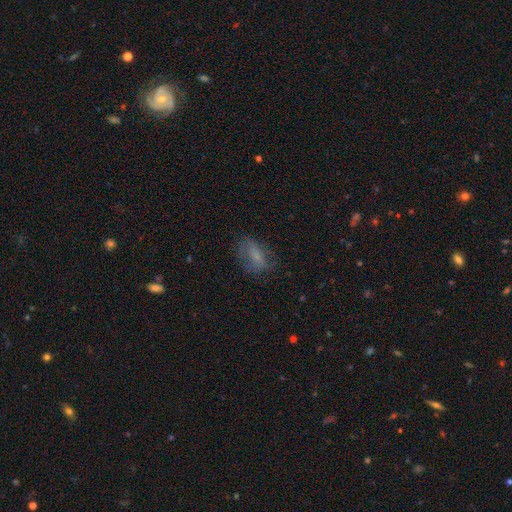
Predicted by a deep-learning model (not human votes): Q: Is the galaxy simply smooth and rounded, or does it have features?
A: smooth — 65%.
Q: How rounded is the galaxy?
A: in between — 82%.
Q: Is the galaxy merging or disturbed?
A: none — 59%.